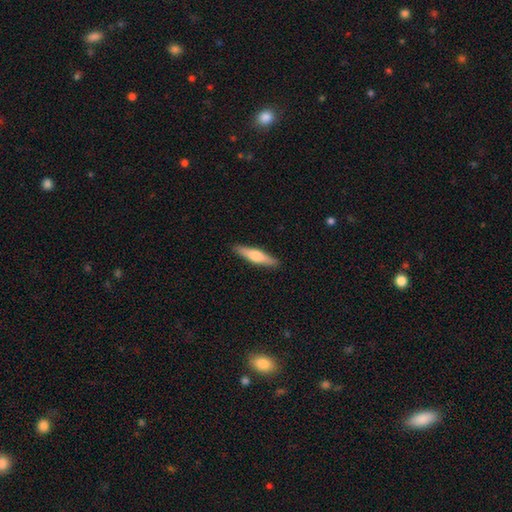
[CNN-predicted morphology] Smooth or featured? smooth (57%)
How rounded? cigar-shaped (79%)
Merging? none (91%)